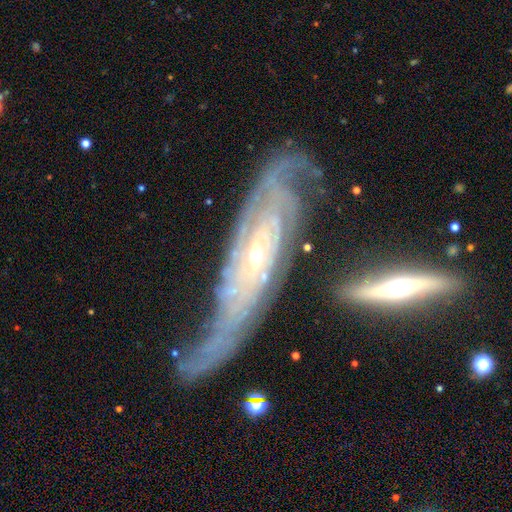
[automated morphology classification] Overall: featured or disk (88%). Edge-on disk: no (81%). Bar: no (59%; weak 27%). Spiral arms: yes (95%). Spiral arm count: can't tell (35%; 2 30%). Spiral winding: tight (63%; medium 27%). Bulge size: small (74%). Merging: none (47%; minor disturbance 24%).